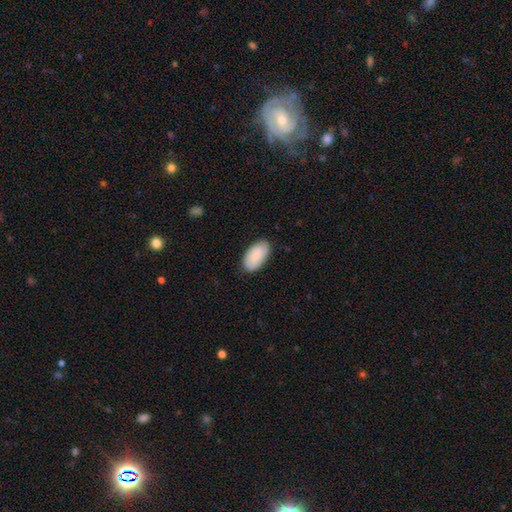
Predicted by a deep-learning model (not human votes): This appears to be a smooth galaxy with no disk features (80%) that is in between round and cigar-shaped (95%). Merging: none (80%).